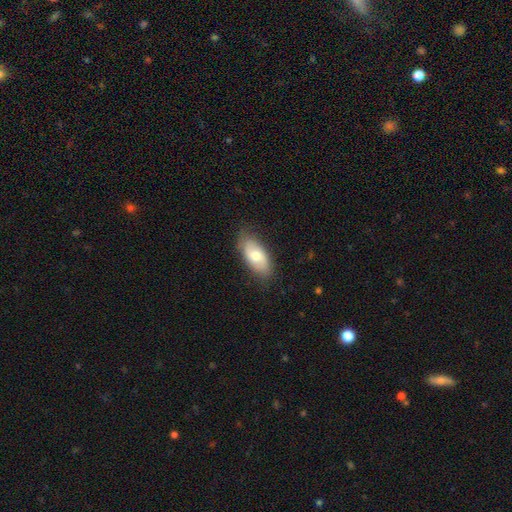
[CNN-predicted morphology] A smooth galaxy with no disk features (65%) that is in between round and cigar-shaped (90%).

Vote fractions:
- Smooth or featured? smooth: 65% / featured or disk: 29% / star or artifact: 6%
- How rounded? in between: 90% / cigar-shaped: 7% / round: 3%
- Merging? none: 79% / minor disturbance: 17% / major disturbance: 3% / merger: 1%